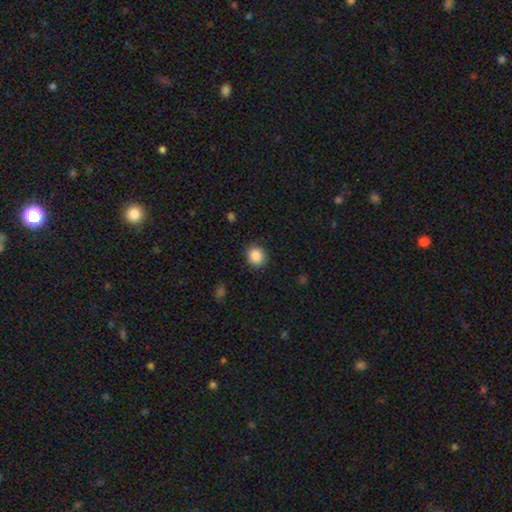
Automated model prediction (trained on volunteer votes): This is clearly a smooth galaxy (87%). How rounded: clearly round (84%). Merging: clearly none (89%).